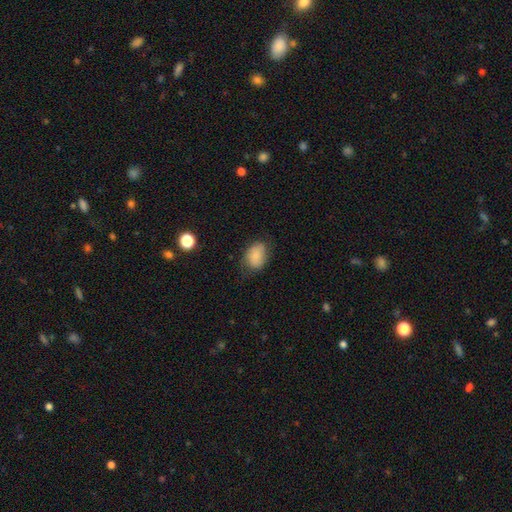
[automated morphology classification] A smooth galaxy with no disk features (83%) that is in between round and cigar-shaped (75%).

Vote fractions:
- Smooth or featured? smooth: 83% / featured or disk: 9% / star or artifact: 8%
- How rounded? in between: 75% / round: 24% / cigar-shaped: 1%
- Merging? none: 67% / minor disturbance: 25% / major disturbance: 7% / merger: 1%